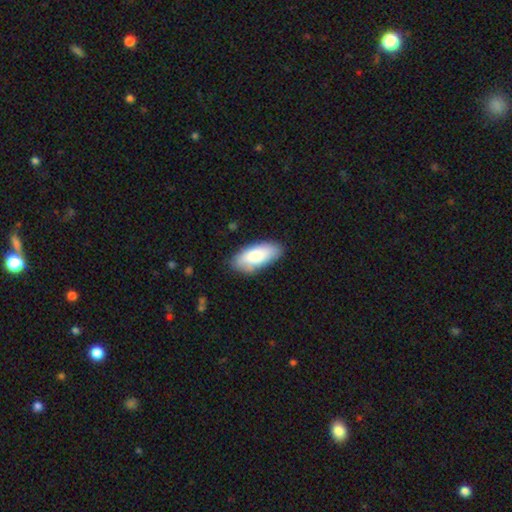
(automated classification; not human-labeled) smooth 81%, featured or disk 13%, star or artifact 6%. Down the decision tree: how rounded — in between (88%); merging — none (80%).